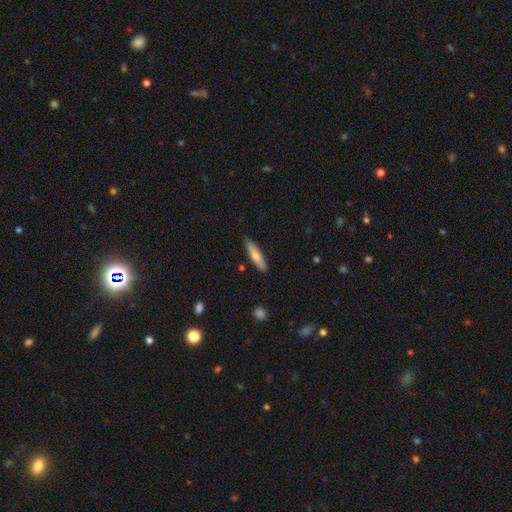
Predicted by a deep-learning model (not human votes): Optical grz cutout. It shows a smooth galaxy with no disk features (73%) that is cigar-shaped (74%). Merging: none (85%).